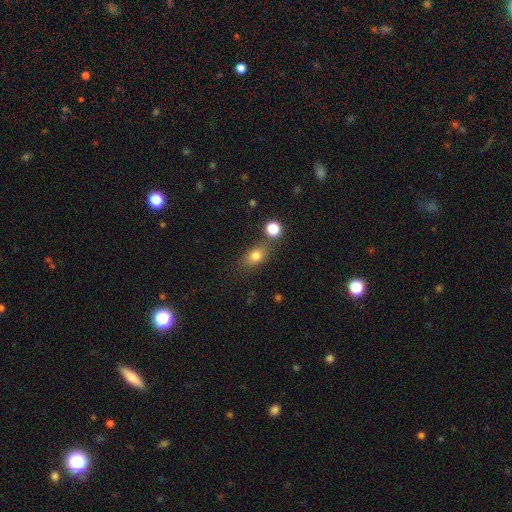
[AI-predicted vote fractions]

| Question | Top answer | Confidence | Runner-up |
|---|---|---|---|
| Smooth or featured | smooth | 79% | star or artifact (11%) |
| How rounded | in between | 72% | round (25%) |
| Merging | none | 65% | merger (16%) |